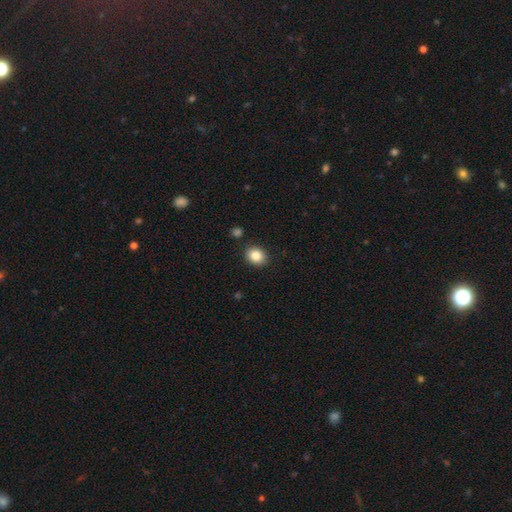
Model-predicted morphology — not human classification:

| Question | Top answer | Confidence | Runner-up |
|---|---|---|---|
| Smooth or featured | smooth | 85% | star or artifact (9%) |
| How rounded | round | 51% | in between (48%) |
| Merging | none | 87% | minor disturbance (9%) |